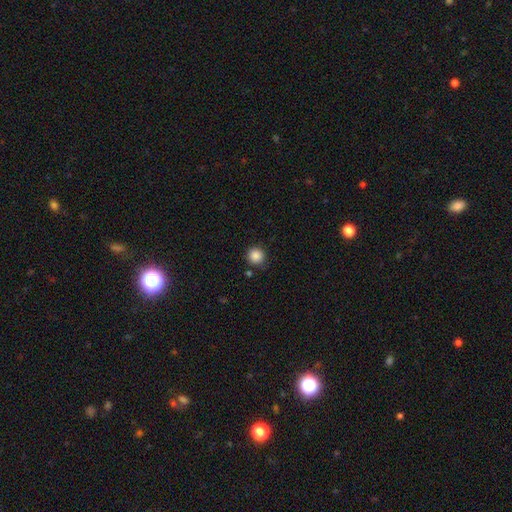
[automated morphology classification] Overall: smooth (87%). How rounded: round (94%). Merging: none (87%).